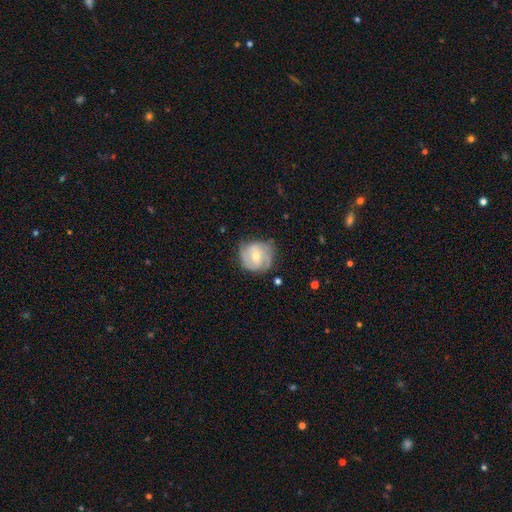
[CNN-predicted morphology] type=featured or disk (70%); edge-on=no (97%); bar=weak (47%); spiral arms=yes (88%); winding=tight (48%); arm count=2 (36%); bulge=moderate (58%); merging=none (67%).